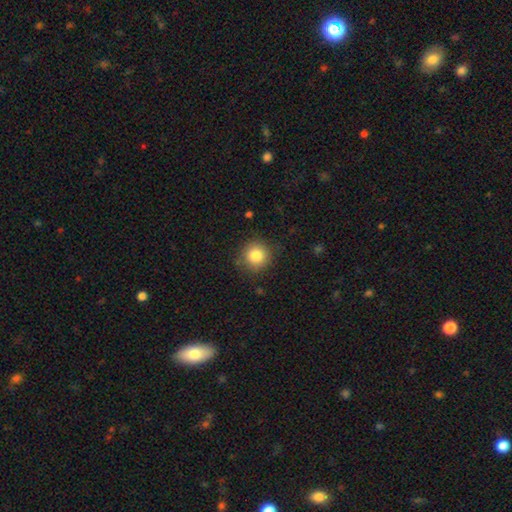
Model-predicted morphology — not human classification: A smooth galaxy with no disk features (83%) that is round (93%).

Vote fractions:
- Smooth or featured? smooth: 83% / star or artifact: 10% / featured or disk: 7%
- How rounded? round: 93% / in between: 6% / cigar-shaped: 1%
- Merging? none: 86% / minor disturbance: 10% / major disturbance: 3% / merger: 1%